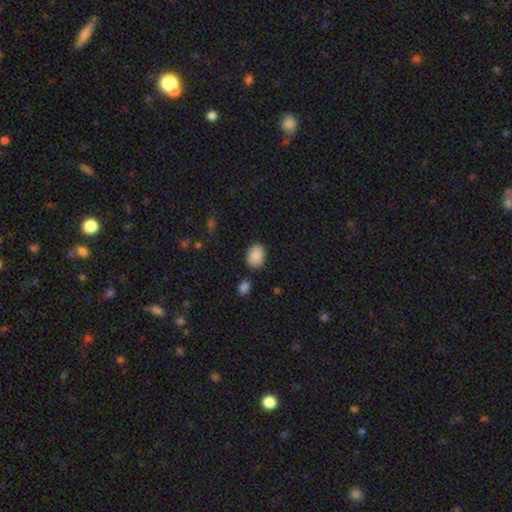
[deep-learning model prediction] Smooth or featured? Predicted: smooth (p=0.89). How rounded? Predicted: in between (p=0.72). Merging? Predicted: none (p=0.81).